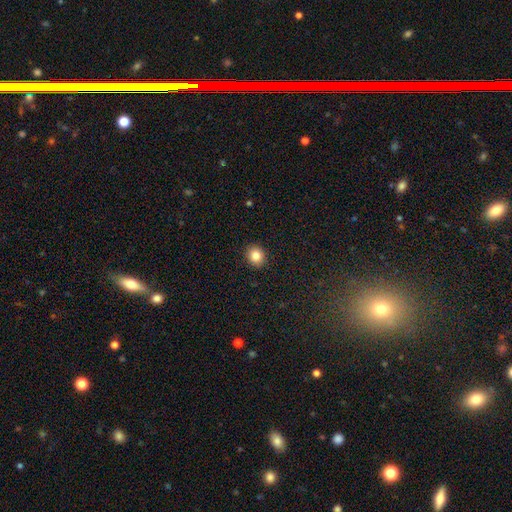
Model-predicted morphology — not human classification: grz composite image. It shows a smooth galaxy with no disk features (85%) that is round (79%). Merging: none (91%).